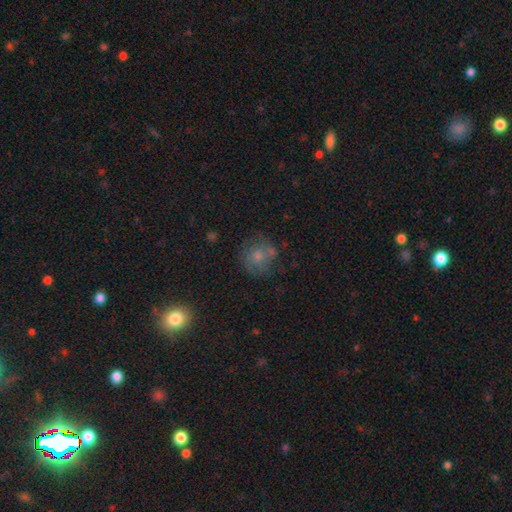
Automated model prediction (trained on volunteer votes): Morphology: type=smooth (60%); roundness=round (84%); merging=none (60%).